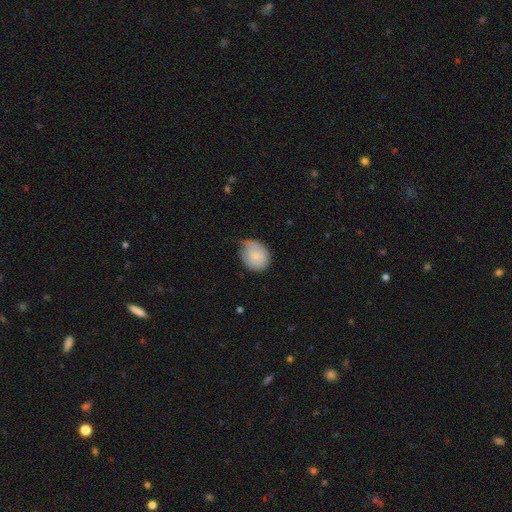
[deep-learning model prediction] Overall: smooth (76%). How rounded: round (52%; in between 47%). Merging: none (44%; minor disturbance 43%).